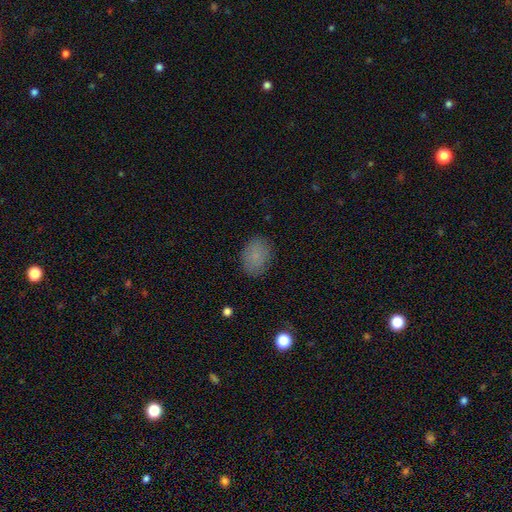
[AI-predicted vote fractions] Overall: smooth (82%). How rounded: in between (71%). Merging: none (84%).